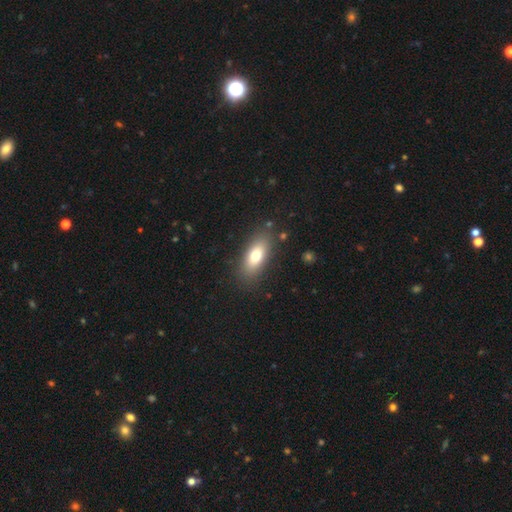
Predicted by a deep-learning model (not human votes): Smooth or featured? Predicted: smooth (p=0.73). How rounded? Predicted: in between (p=0.82). Merging? Predicted: none (p=0.84).